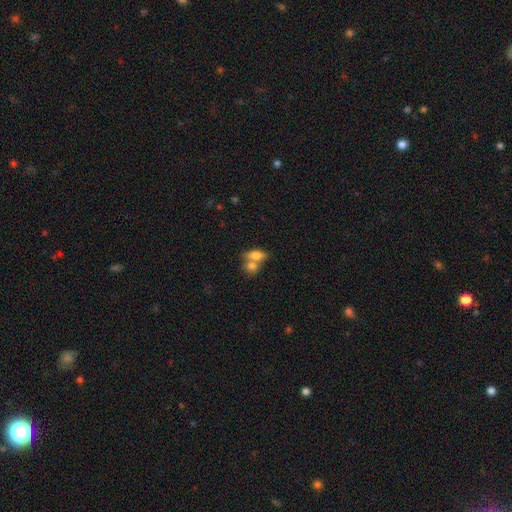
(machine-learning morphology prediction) Overall: smooth (72%). How rounded: in between (73%). Merging: merger (54%; none 33%).